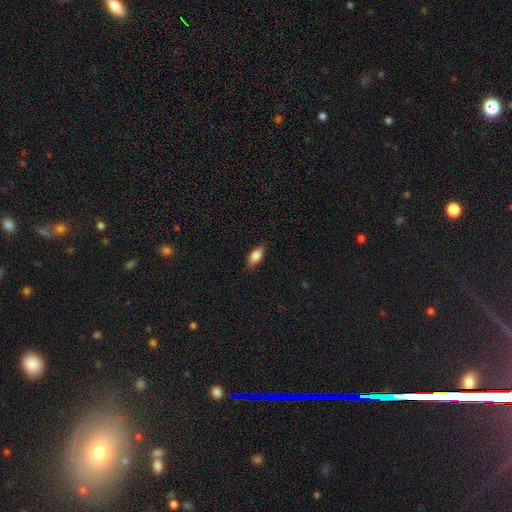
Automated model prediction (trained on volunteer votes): This appears to be a smooth galaxy with no disk features (83%) that is in between round and cigar-shaped (85%). Merging: none (82%).